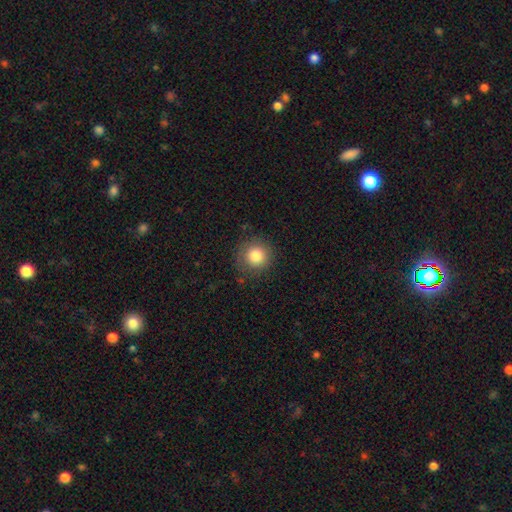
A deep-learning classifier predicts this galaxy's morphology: smooth 83%, star or artifact 10%, featured or disk 7%. Down the decision tree: how rounded — round (93%); merging — none (82%).